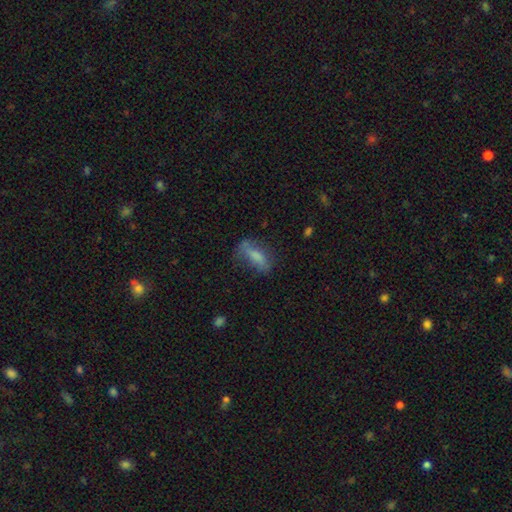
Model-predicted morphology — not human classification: The model was most divided on "merging": none: 48%, minor disturbance: 28%, major disturbance: 19%, merger: 4%. More confident: smooth or featured — smooth (66%); how rounded — in between (65%).